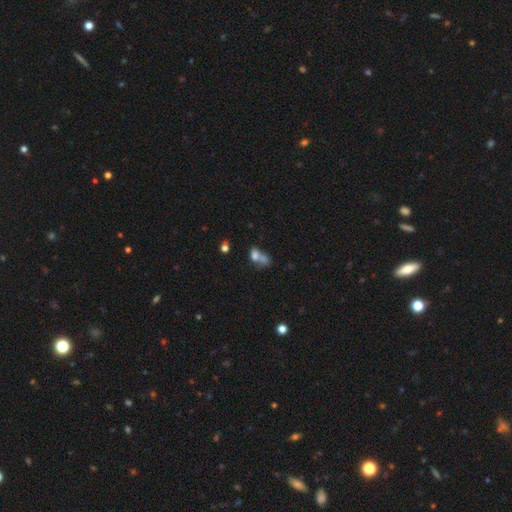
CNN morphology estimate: Smooth or featured: smooth — 71% (featured or disk — 16%)
How rounded: in between — 65% (round — 32%)
Merging: merger — 65% (none — 21%)